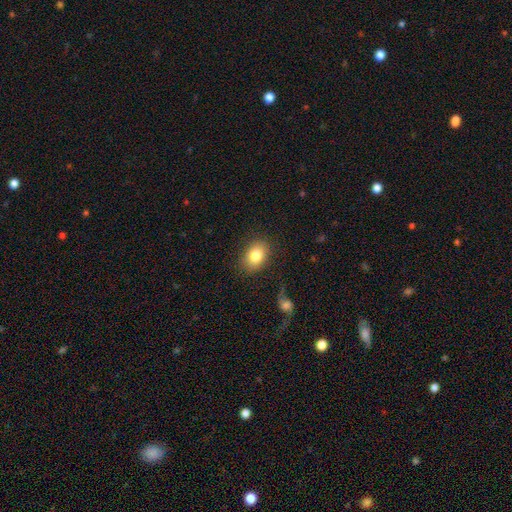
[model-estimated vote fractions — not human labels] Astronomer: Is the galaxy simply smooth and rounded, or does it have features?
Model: smooth — 82%.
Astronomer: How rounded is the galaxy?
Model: in between — 74%.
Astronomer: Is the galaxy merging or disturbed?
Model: none — 84%.